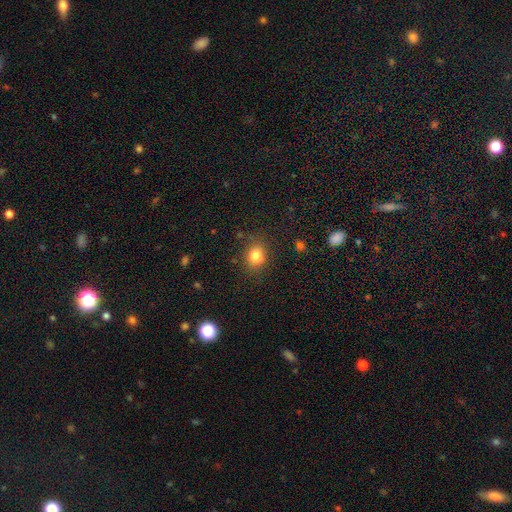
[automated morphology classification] This is clearly a smooth galaxy (80%). How rounded: possibly round (56%). Merging: likely none (76%).